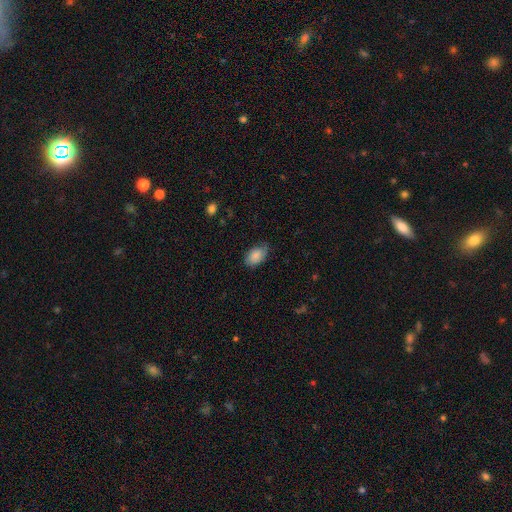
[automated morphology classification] This is clearly a smooth galaxy (81%). How rounded: clearly in between (90%). Merging: likely none (69%).